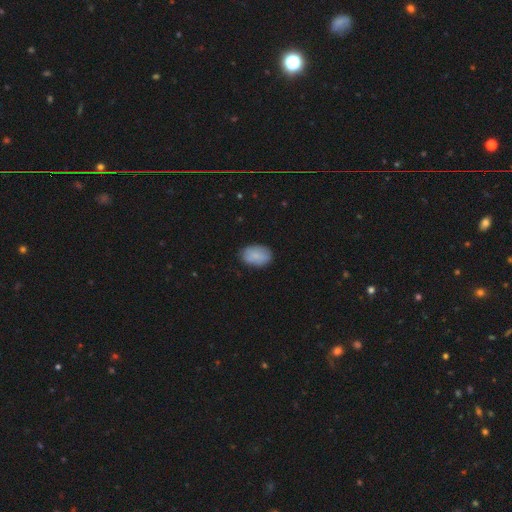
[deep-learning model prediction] smooth 83%, featured or disk 10%, star or artifact 7%. Down the decision tree: how rounded — in between (85%); merging — none (80%).